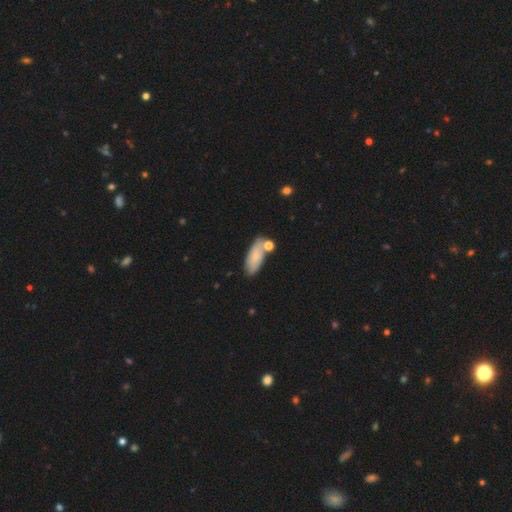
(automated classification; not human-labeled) smooth 79%, featured or disk 14%, star or artifact 7%. Down the decision tree: how rounded — in between (79%); merging — none (65%).